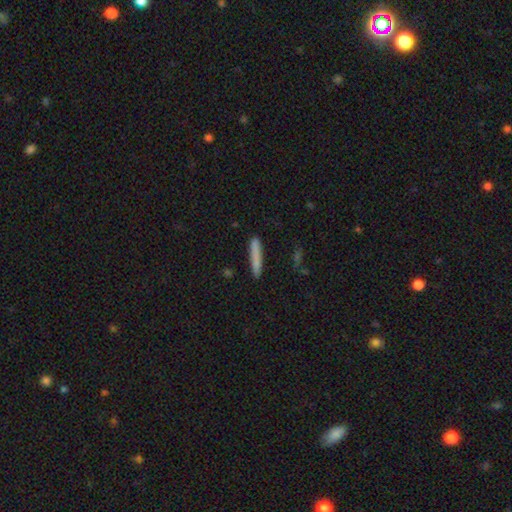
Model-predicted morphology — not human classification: This appears to be a smooth galaxy with no disk features (80%) that is cigar-shaped (94%). Merging: none (87%).